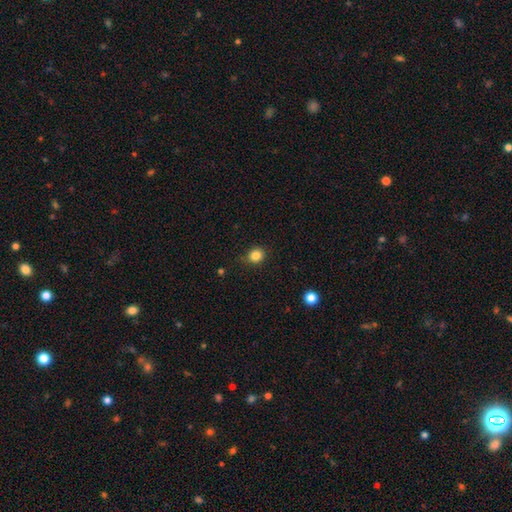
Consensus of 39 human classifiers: Smooth or featured? 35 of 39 (90%) said smooth. How rounded? 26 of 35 (74%) said round. Merging? 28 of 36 (78%) said none.